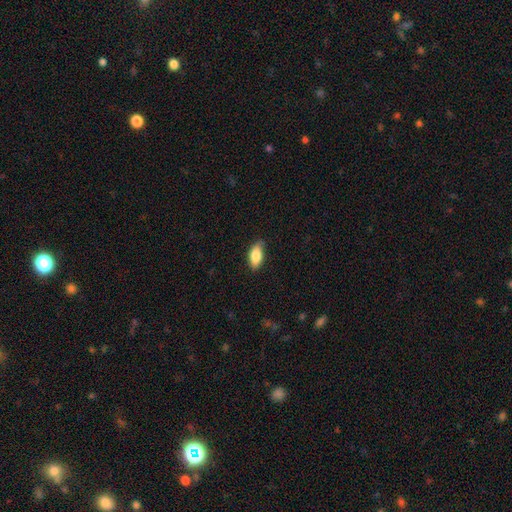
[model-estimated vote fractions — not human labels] A smooth galaxy with no disk features (82%) that is in between round and cigar-shaped (89%).

Vote fractions:
- Smooth or featured? smooth: 82% / featured or disk: 12% / star or artifact: 6%
- How rounded? in between: 89% / cigar-shaped: 7% / round: 3%
- Merging? none: 76% / minor disturbance: 20% / major disturbance: 3% / merger: 1%